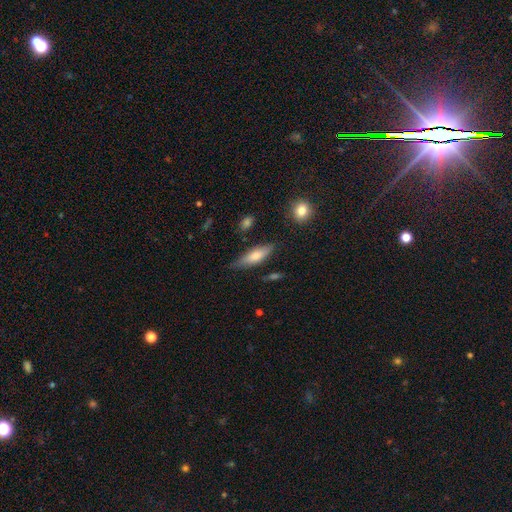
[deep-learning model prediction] Q: Smooth or featured?
A: smooth (66%); runner-up: featured or disk (27%)
Q: How rounded?
A: cigar-shaped (49%); runner-up: in between (48%)
Q: Merging?
A: none (74%); runner-up: minor disturbance (19%)